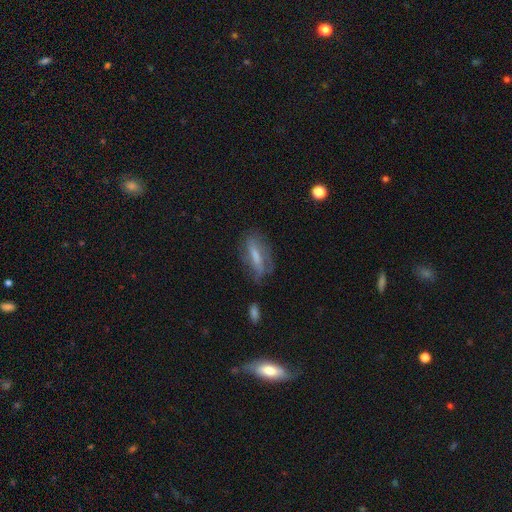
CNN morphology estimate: smooth-or-featured: smooth: 51% | featured or disk: 40% | star or artifact: 9%
  how-rounded: in between: 50% | cigar-shaped: 46% | round: 3%
  merging: none: 56% | minor disturbance: 27% | major disturbance: 15% | merger: 3%